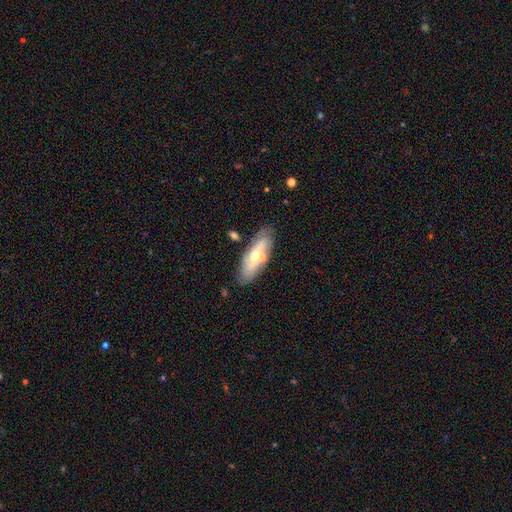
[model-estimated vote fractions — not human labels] Smooth or featured? smooth (46%, tied with featured or disk)
Merging? none (70%)